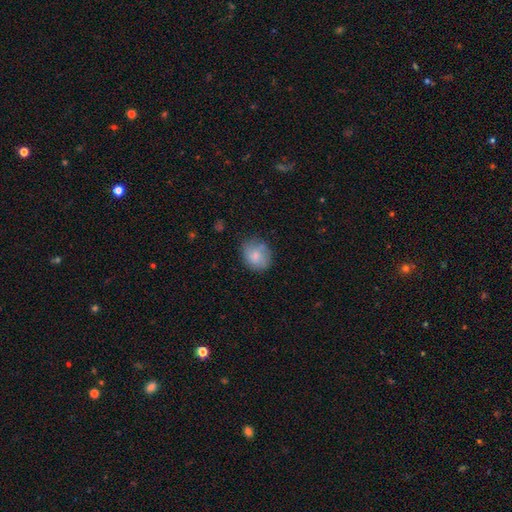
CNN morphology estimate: Smooth or featured? Predicted: smooth (p=0.75). How rounded? Predicted: round (p=0.63). Merging? Predicted: none (p=0.69).